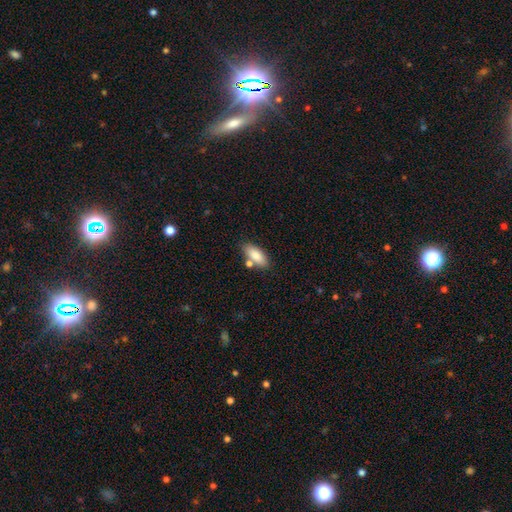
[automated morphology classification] Q: Smooth or featured?
A: smooth (83%); runner-up: featured or disk (11%)
Q: How rounded?
A: in between (83%); runner-up: cigar-shaped (15%)
Q: Merging?
A: none (70%); runner-up: merger (15%)